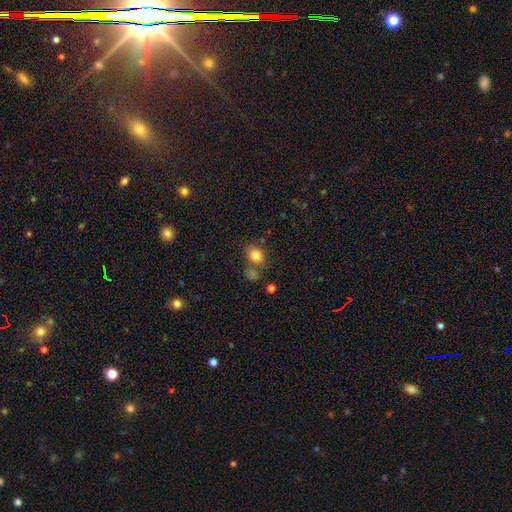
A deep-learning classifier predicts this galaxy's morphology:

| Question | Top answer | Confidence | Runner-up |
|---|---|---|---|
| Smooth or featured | smooth | 81% | star or artifact (11%) |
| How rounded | round | 49% | tied: in between (49%) |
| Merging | none | 62% | minor disturbance (17%) |